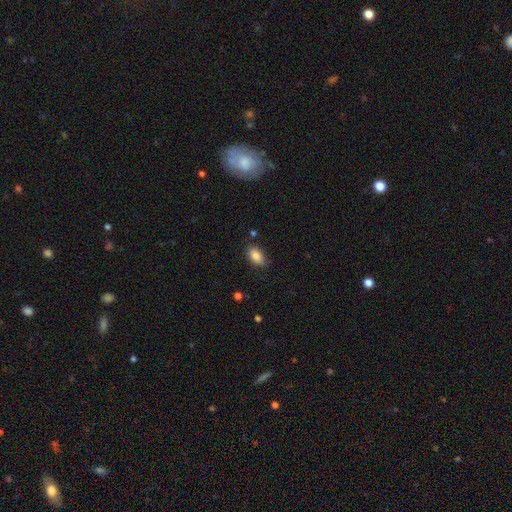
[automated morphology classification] Smooth or featured?
  - smooth: 86% *
  - star or artifact: 8%
  - featured or disk: 5%
How rounded?
  - in between: 90% *
  - round: 8%
  - cigar-shaped: 2%
Merging?
  - none: 80% *
  - minor disturbance: 15%
  - major disturbance: 3%
  - merger: 2%